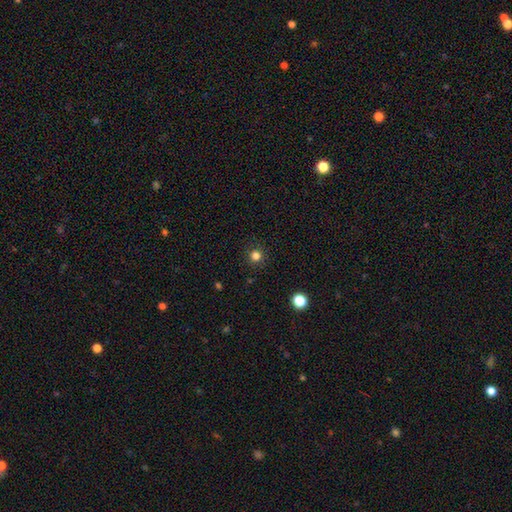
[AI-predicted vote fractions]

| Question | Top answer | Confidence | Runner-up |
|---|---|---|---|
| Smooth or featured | smooth | 80% | star or artifact (16%) |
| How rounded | round | 95% | in between (4%) |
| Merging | none | 91% | minor disturbance (6%) |